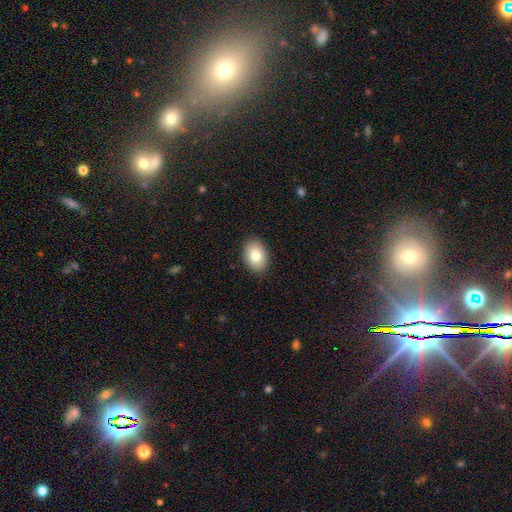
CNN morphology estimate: This is clearly a smooth galaxy (81%). How rounded: clearly in between (82%). Merging: clearly none (89%).